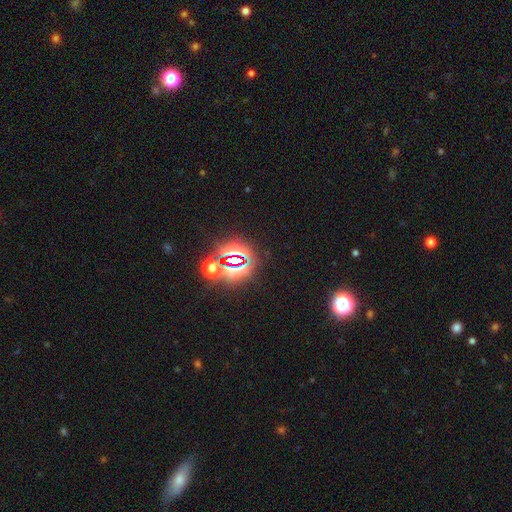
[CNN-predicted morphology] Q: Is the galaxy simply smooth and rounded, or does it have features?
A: star or artifact — 76%.